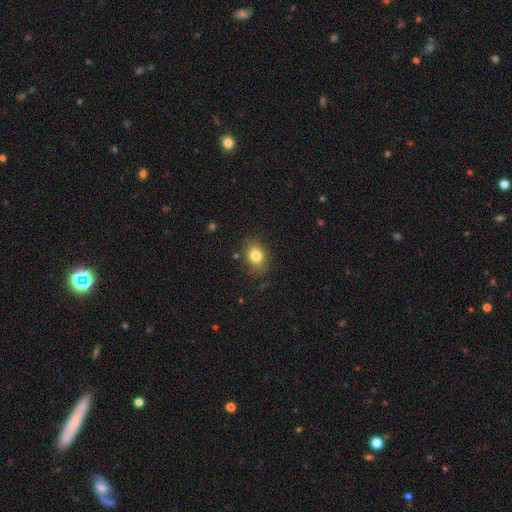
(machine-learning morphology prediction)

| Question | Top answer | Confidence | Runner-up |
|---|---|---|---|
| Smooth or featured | smooth | 81% | star or artifact (10%) |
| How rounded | in between | 60% | round (39%) |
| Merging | none | 81% | minor disturbance (14%) |